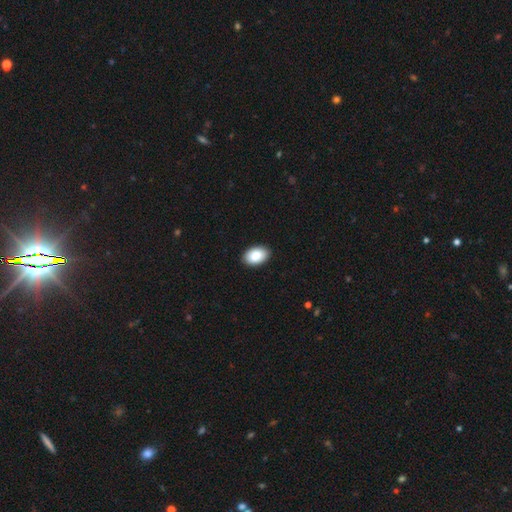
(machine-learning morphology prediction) Smooth or featured?
  - smooth: 88% *
  - star or artifact: 6%
  - featured or disk: 5%
How rounded?
  - in between: 91% *
  - round: 8%
  - cigar-shaped: 1%
Merging?
  - none: 91% *
  - minor disturbance: 7%
  - major disturbance: 1%
  - merger: 1%